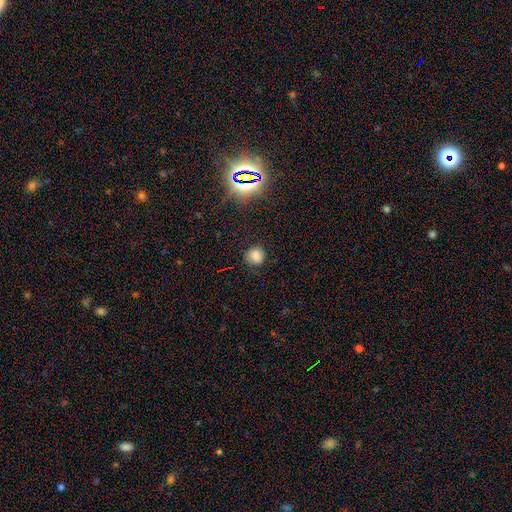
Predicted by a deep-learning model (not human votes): Smooth or featured? smooth (78%)
How rounded? round (87%)
Merging? none (83%)